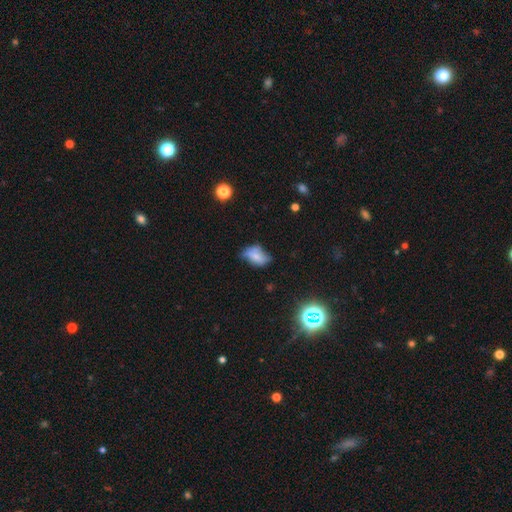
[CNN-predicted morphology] A smooth galaxy with no disk features (55%) that is in between round and cigar-shaped (87%).

Vote fractions:
- Smooth or featured? smooth: 55% / featured or disk: 32% / star or artifact: 13%
- How rounded? in between: 87% / round: 9% / cigar-shaped: 5%
- Merging? none: 40% / minor disturbance: 37% / major disturbance: 18% / merger: 6%